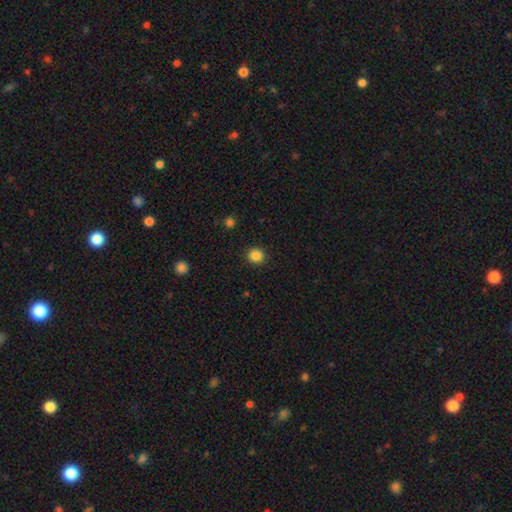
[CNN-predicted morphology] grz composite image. It shows a smooth galaxy with no disk features (86%) that is round (91%). Merging: none (92%).